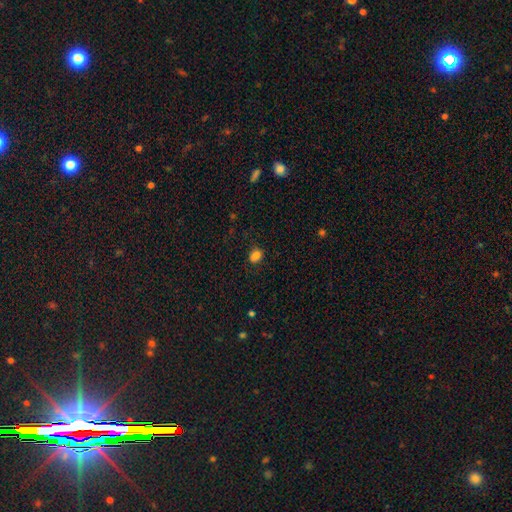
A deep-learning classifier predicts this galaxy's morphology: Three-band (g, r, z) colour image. It shows a smooth galaxy with no disk features (82%) that is in between round and cigar-shaped (69%). Merging: none (77%).